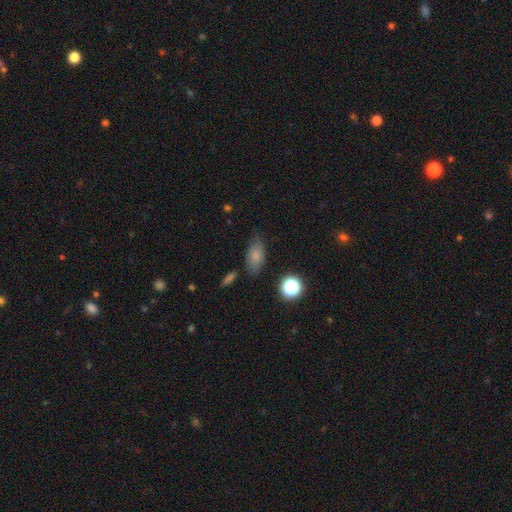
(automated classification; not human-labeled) smooth-or-featured: smooth: 79% | star or artifact: 11% | featured or disk: 10%
  how-rounded: in between: 87% | round: 8% | cigar-shaped: 5%
  merging: none: 72% | minor disturbance: 19% | major disturbance: 5% | merger: 4%